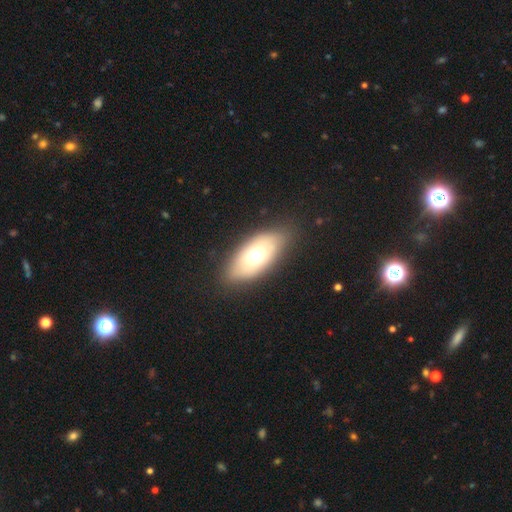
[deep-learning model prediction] Smooth or featured?
  - smooth: 66% *
  - featured or disk: 27%
  - star or artifact: 7%
How rounded?
  - in between: 88% *
  - cigar-shaped: 9%
  - round: 4%
Merging?
  - none: 82% *
  - minor disturbance: 14%
  - major disturbance: 4%
  - merger: 1%